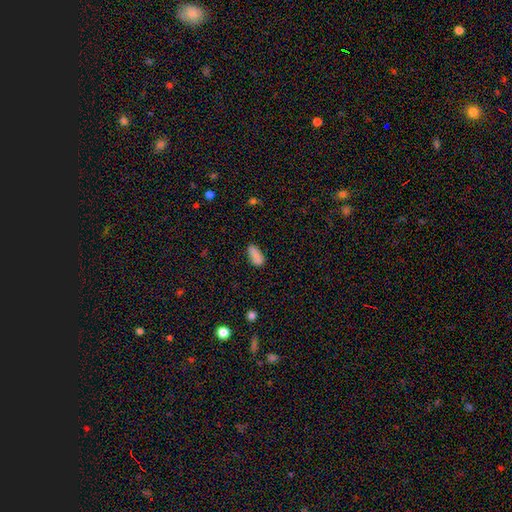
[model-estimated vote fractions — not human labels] smooth 85%, star or artifact 9%, featured or disk 6%. Down the decision tree: how rounded — in between (82%); merging — none (74%).